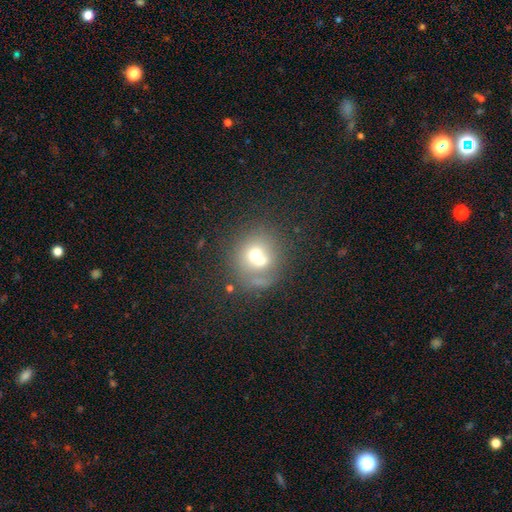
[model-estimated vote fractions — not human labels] Smooth or featured: smooth — 61% (featured or disk — 26%)
How rounded: round — 84% (in between — 15%)
Merging: merger — 45% (none — 38%)